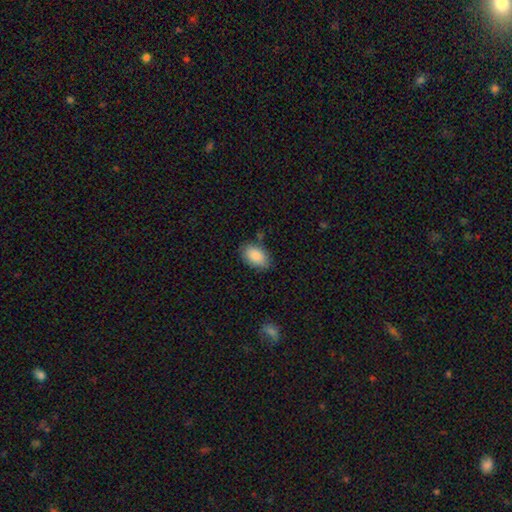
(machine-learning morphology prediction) smooth 87%, star or artifact 7%, featured or disk 6%. Down the decision tree: how rounded — in between (92%); merging — none (80%).